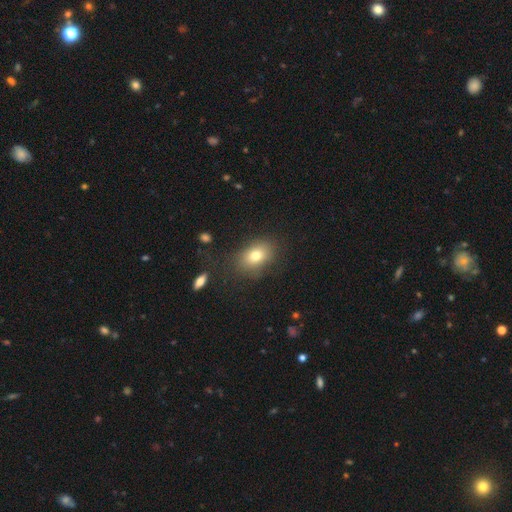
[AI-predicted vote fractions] This is likely a smooth galaxy (77%). How rounded: likely in between (75%). Merging: likely none (77%).